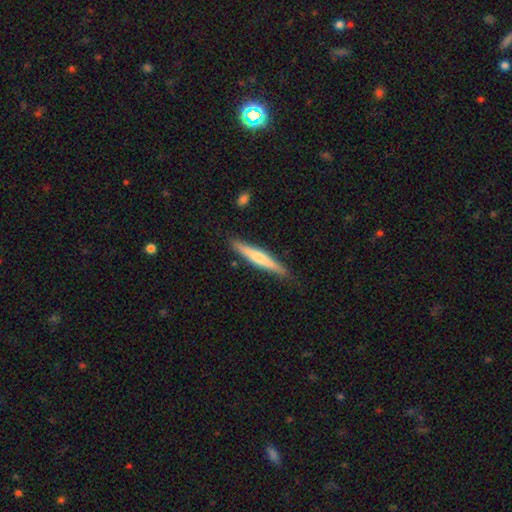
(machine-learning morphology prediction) Q: Smooth or featured?
A: featured or disk (47%); tied with: smooth (47%)
Q: Merging?
A: none (87%); runner-up: minor disturbance (10%)